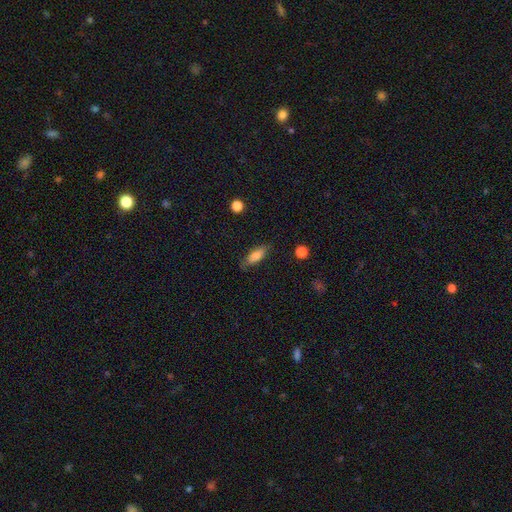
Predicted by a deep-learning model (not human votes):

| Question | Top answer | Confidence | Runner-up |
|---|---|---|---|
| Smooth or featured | smooth | 78% | featured or disk (15%) |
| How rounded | in between | 72% | cigar-shaped (25%) |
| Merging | none | 74% | minor disturbance (20%) |